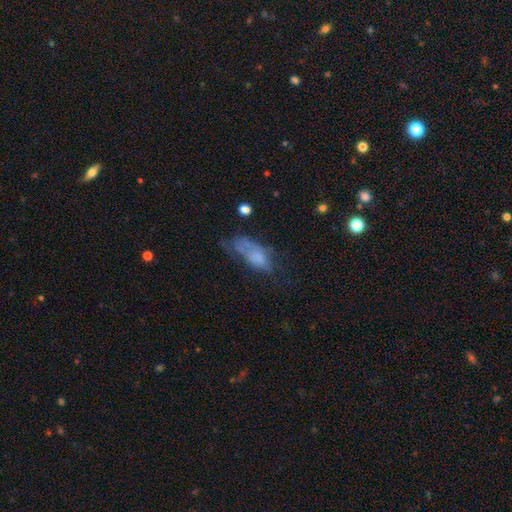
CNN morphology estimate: Overall: smooth (55%; featured or disk 32%). How rounded: in between (76%). Merging: major disturbance (36%; none 30%).